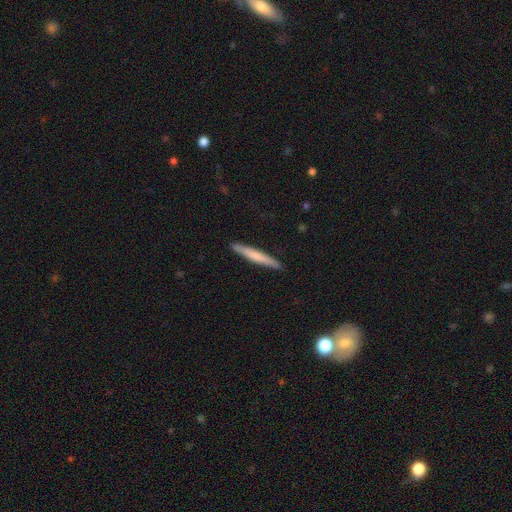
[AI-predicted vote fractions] Overall: smooth (61%; featured or disk 34%). How rounded: cigar-shaped (96%). Merging: none (91%).